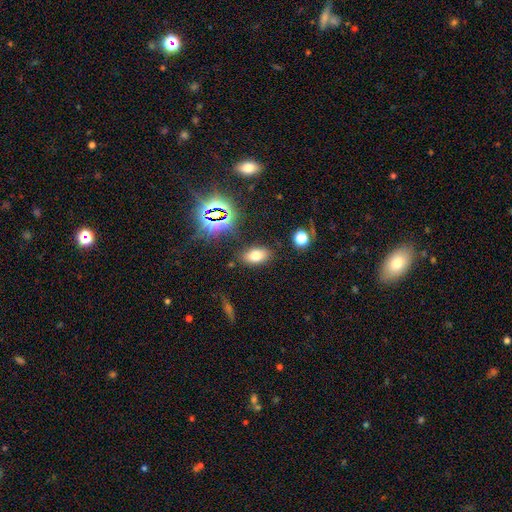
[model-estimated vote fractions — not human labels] Smooth or featured? Predicted: smooth (p=0.70). How rounded? Predicted: in between (p=0.88). Merging? Predicted: none (p=0.84).